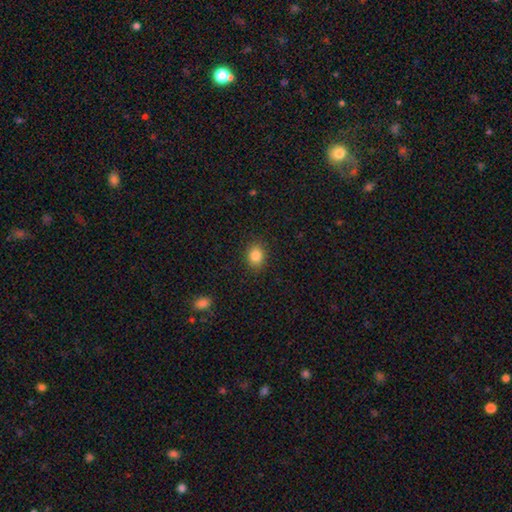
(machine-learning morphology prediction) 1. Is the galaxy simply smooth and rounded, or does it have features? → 85% smooth, 10% star or artifact, 5% featured or disk.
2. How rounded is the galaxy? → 53% round, 46% in between, 1% cigar-shaped.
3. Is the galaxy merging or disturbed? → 88% none, 8% minor disturbance, 3% major disturbance, 1% merger.